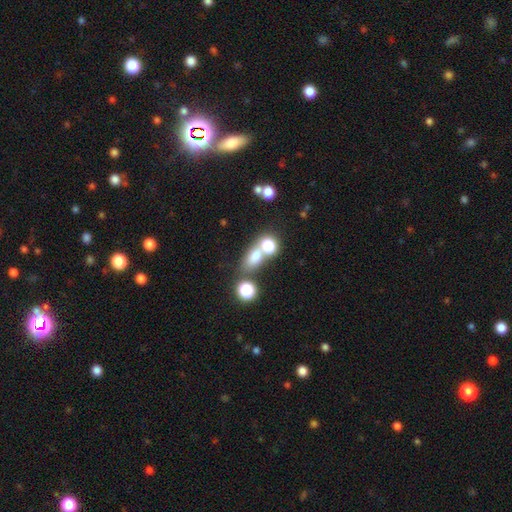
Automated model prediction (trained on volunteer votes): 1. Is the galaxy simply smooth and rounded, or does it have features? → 68% smooth, 18% star or artifact, 14% featured or disk.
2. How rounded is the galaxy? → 60% in between, 34% round, 6% cigar-shaped.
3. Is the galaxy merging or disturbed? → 49% none, 34% merger, 11% minor disturbance, 6% major disturbance.